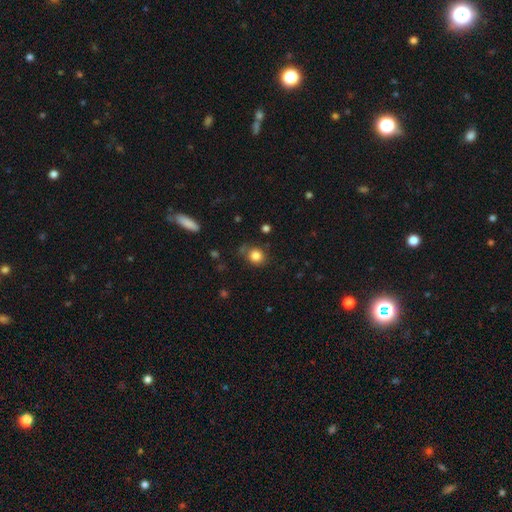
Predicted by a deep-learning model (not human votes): Morphology: type=smooth (83%); roundness=round (80%); merging=none (76%).